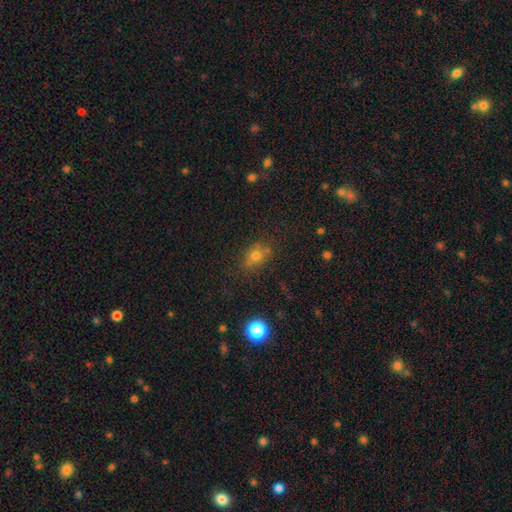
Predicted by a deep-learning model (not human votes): A smooth galaxy with no disk features (66%) that is in between round and cigar-shaped (57%).

Vote fractions:
- Smooth or featured? smooth: 66% / star or artifact: 22% / featured or disk: 12%
- How rounded? in between: 57% / round: 40% / cigar-shaped: 3%
- Merging? none: 75% / minor disturbance: 15% / merger: 5% / major disturbance: 5%